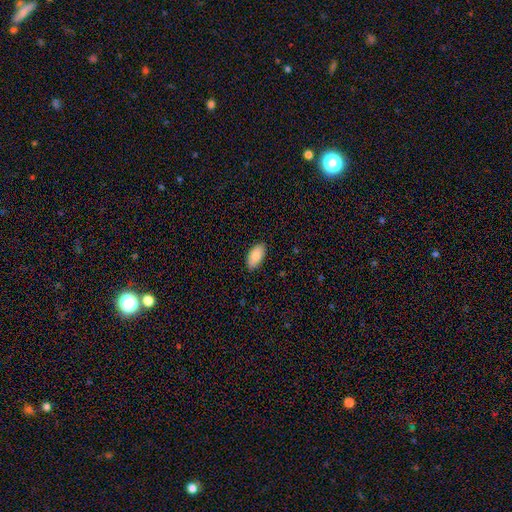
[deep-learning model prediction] Overall: smooth (88%). How rounded: in between (95%). Merging: none (86%).